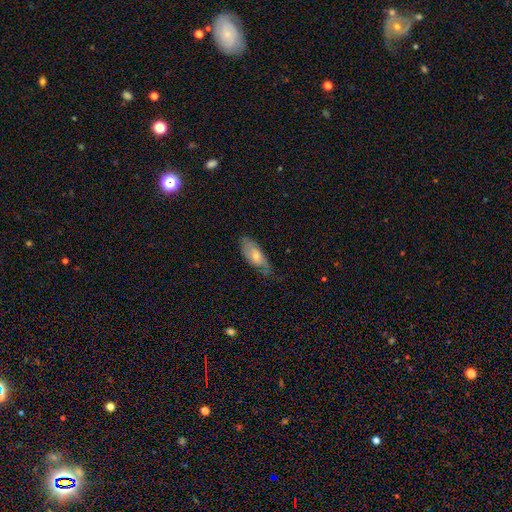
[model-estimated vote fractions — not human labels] Smooth or featured? Predicted: smooth (p=0.50). How rounded? Predicted: in between (p=0.74). Merging? Predicted: none (p=0.59).